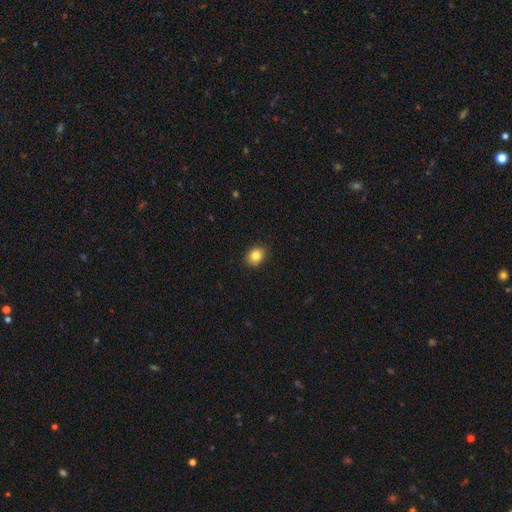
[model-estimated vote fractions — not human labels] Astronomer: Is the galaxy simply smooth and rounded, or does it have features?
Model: smooth — 83%.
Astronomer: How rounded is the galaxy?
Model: round — 55% (runner-up: in between, 44%).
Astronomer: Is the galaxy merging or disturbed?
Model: none — 90%.